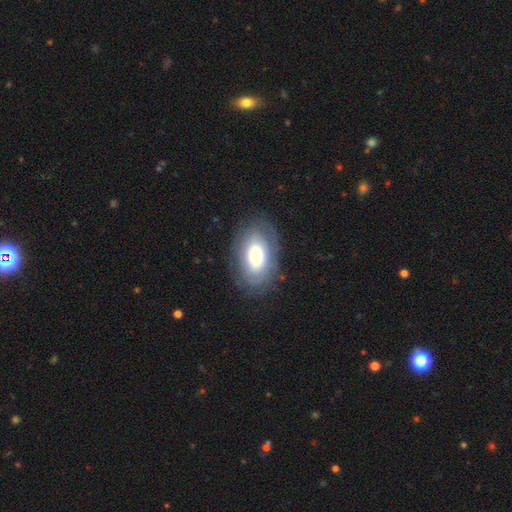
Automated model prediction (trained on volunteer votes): Smooth or featured?
  - smooth: 57% *
  - featured or disk: 35%
  - star or artifact: 8%
How rounded?
  - in between: 91% *
  - round: 7%
  - cigar-shaped: 2%
Merging?
  - none: 79% *
  - minor disturbance: 14%
  - major disturbance: 6%
  - merger: 1%